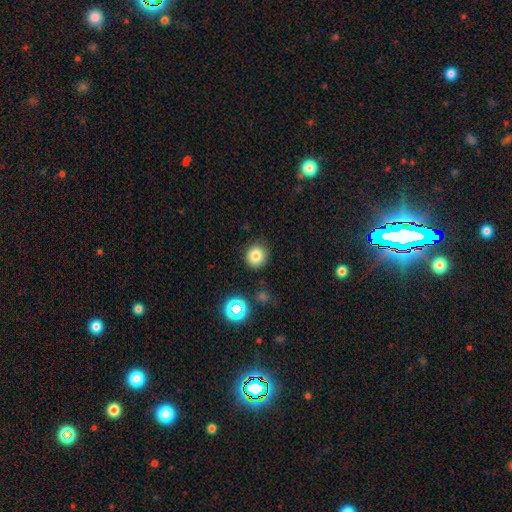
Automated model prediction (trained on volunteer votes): smooth-or-featured: smooth: 80% | star or artifact: 13% | featured or disk: 6%
  how-rounded: round: 86% | in between: 13% | cigar-shaped: 1%
  merging: none: 87% | minor disturbance: 9% | major disturbance: 3% | merger: 2%